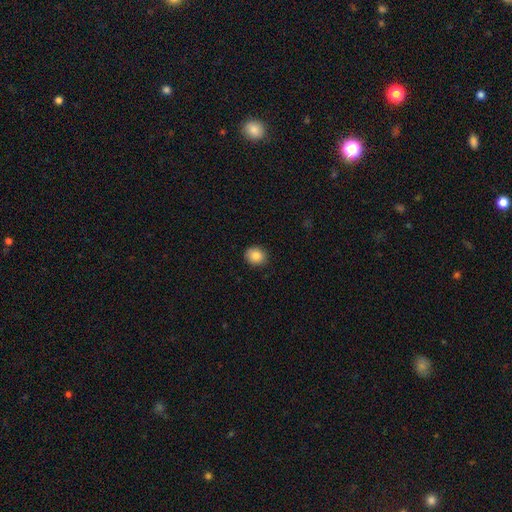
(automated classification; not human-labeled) smooth-or-featured: smooth: 86% | star or artifact: 9% | featured or disk: 5%
  how-rounded: round: 73% | in between: 26% | cigar-shaped: 1%
  merging: none: 89% | minor disturbance: 8% | major disturbance: 2% | merger: 1%